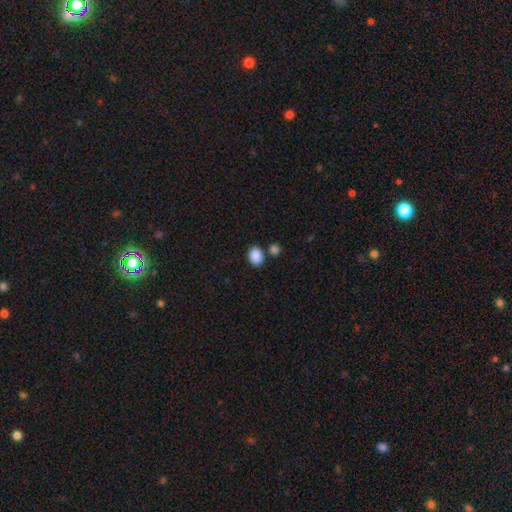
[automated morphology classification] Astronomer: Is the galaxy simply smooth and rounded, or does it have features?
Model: smooth — 88%.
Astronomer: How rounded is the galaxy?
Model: in between — 60% (runner-up: round, 39%).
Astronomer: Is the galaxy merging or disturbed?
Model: none — 74%.